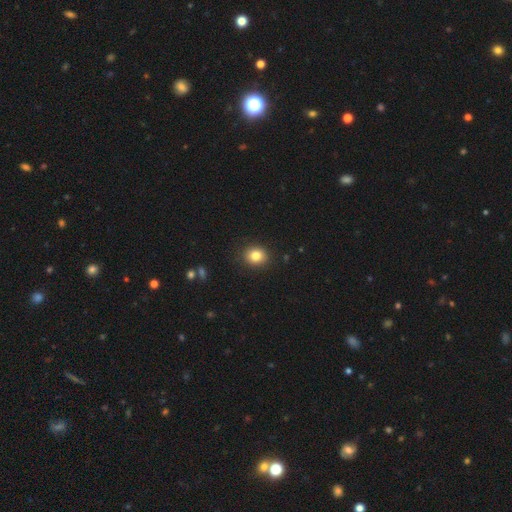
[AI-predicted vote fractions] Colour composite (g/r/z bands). It shows a smooth galaxy with no disk features (83%) that is round (69%). Merging: none (90%).